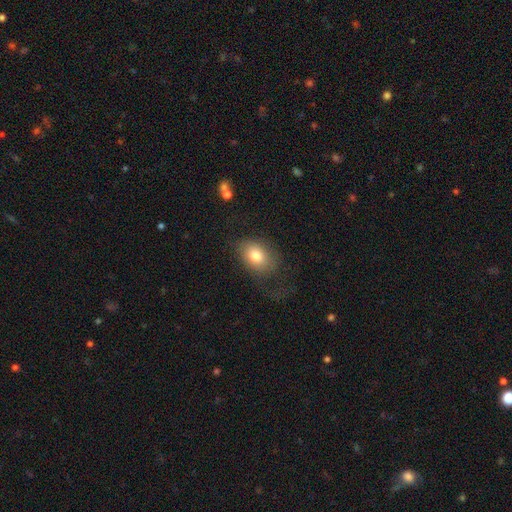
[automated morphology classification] smooth-or-featured: smooth: 78% | featured or disk: 14% | star or artifact: 8%
  how-rounded: in between: 79% | round: 20% | cigar-shaped: 1%
  merging: none: 58% | minor disturbance: 20% | major disturbance: 20% | merger: 2%